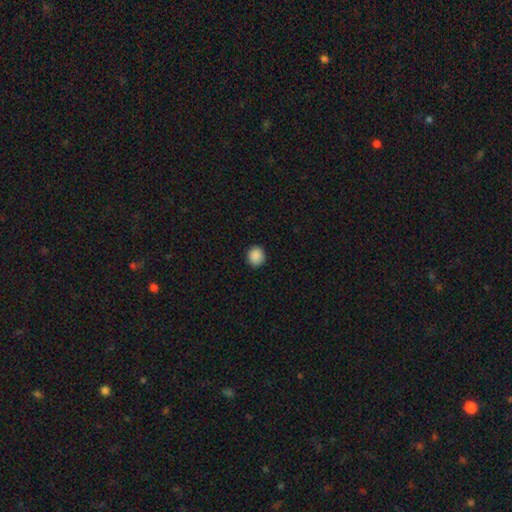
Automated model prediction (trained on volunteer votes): Q: Smooth or featured?
A: smooth (89%); runner-up: star or artifact (9%)
Q: How rounded?
A: round (89%); runner-up: in between (11%)
Q: Merging?
A: none (91%); runner-up: minor disturbance (6%)